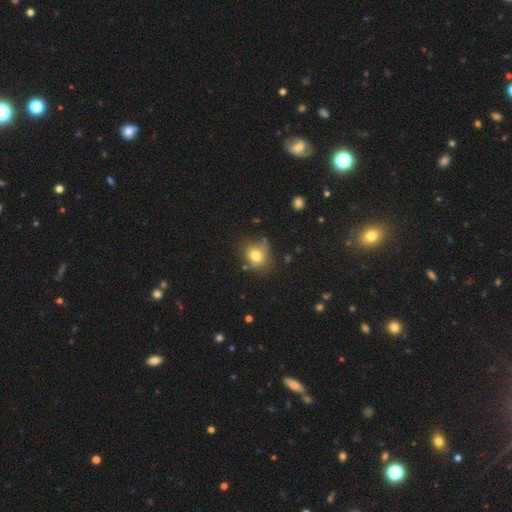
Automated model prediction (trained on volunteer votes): Smooth or featured? smooth (73%)
How rounded? round (66%)
Merging? none (63%)